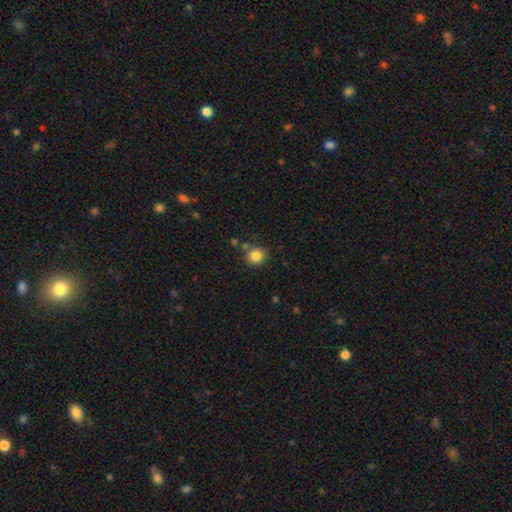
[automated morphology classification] A smooth galaxy with no disk features (84%) that is round (88%). Merging: none (77%).